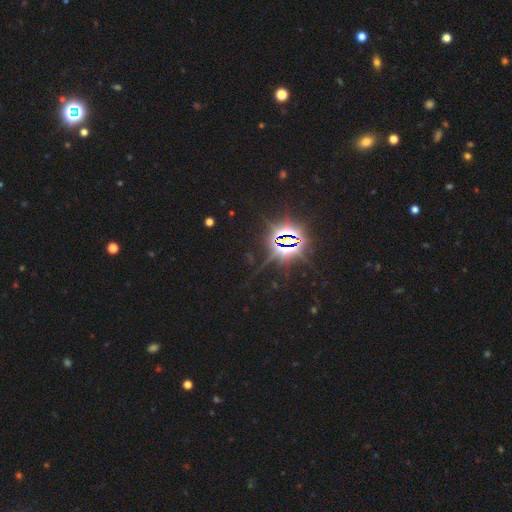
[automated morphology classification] Smooth or featured? Predicted: star or artifact (p=0.85).